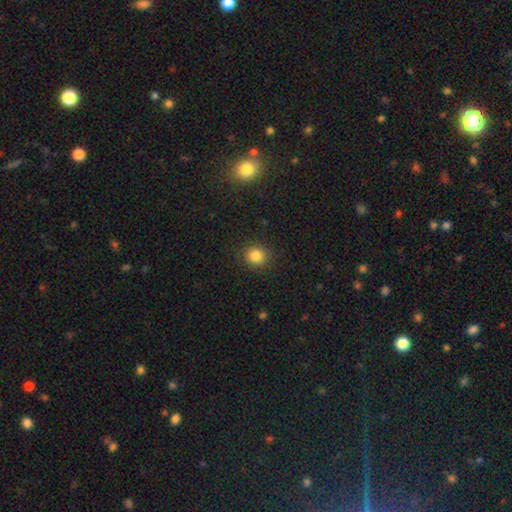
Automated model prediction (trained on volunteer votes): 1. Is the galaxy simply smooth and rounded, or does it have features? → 84% smooth, 12% star or artifact, 5% featured or disk.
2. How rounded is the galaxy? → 83% round, 16% in between, 1% cigar-shaped.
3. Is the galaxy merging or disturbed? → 88% none, 8% minor disturbance, 3% major disturbance, 1% merger.